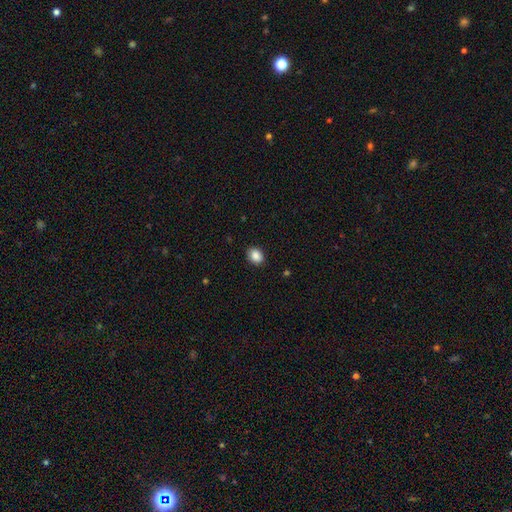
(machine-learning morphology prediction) Smooth or featured?
  - smooth: 88% *
  - star or artifact: 8%
  - featured or disk: 4%
How rounded?
  - in between: 56% *
  - round: 43%
  - cigar-shaped: 1%
Merging?
  - none: 89% *
  - minor disturbance: 8%
  - major disturbance: 2%
  - merger: 1%